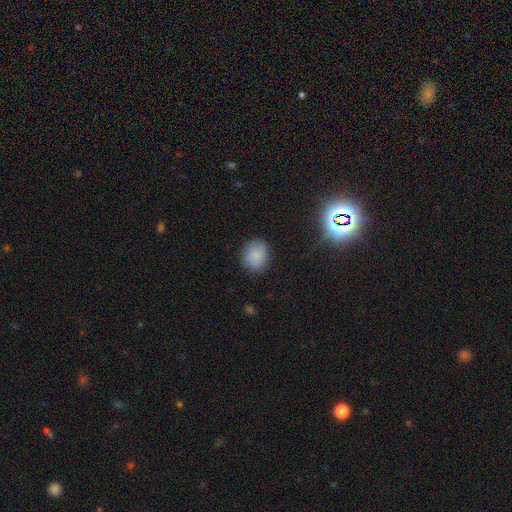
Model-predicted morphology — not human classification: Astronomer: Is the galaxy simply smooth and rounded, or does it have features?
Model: smooth — 83%.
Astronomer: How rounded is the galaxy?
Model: round — 72%.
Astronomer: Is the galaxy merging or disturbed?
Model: none — 84%.